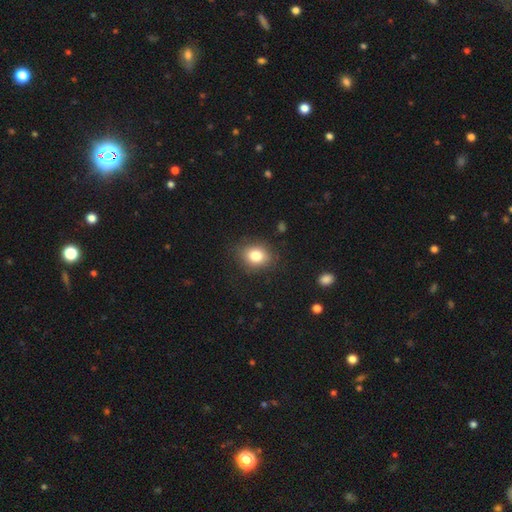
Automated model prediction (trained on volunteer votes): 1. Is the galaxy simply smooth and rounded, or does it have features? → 82% smooth, 10% star or artifact, 9% featured or disk.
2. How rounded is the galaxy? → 52% round, 47% in between, 1% cigar-shaped.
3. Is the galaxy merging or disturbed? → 84% none, 11% minor disturbance, 3% major disturbance, 1% merger.